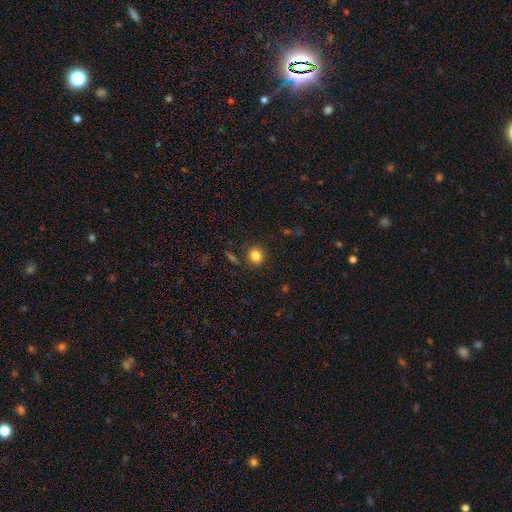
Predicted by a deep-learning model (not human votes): This is clearly a smooth galaxy (84%). How rounded: clearly round (84%). Merging: clearly none (87%).